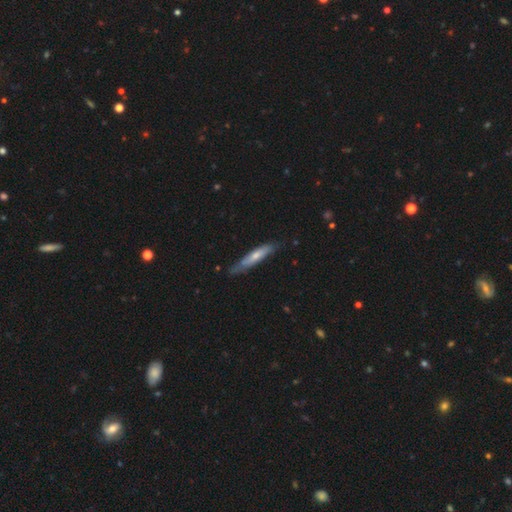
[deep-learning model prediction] smooth 54%, featured or disk 41%, star or artifact 5%. Down the decision tree: how rounded — cigar-shaped (86%); merging — none (70%).